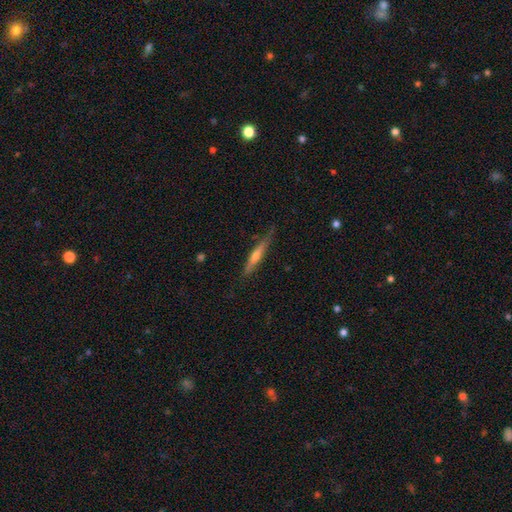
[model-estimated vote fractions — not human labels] Smooth or featured? Predicted: featured or disk (p=0.63). Edge-on disk? Predicted: yes (p=0.96). Edge-on bulge? Predicted: rounded (p=0.75). Merging? Predicted: none (p=0.79).